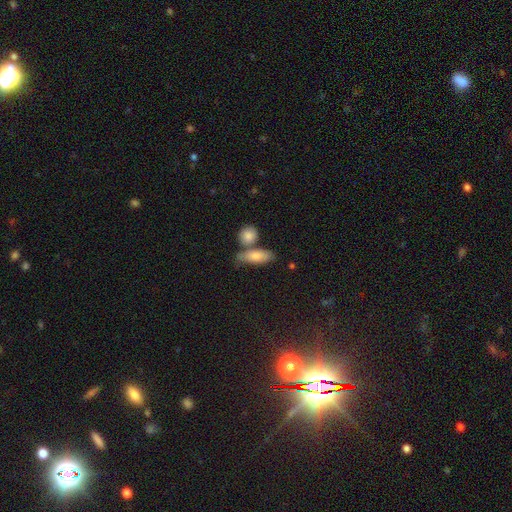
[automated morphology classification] Smooth or featured? smooth (79%)
How rounded? in between (74%)
Merging? none (55%)